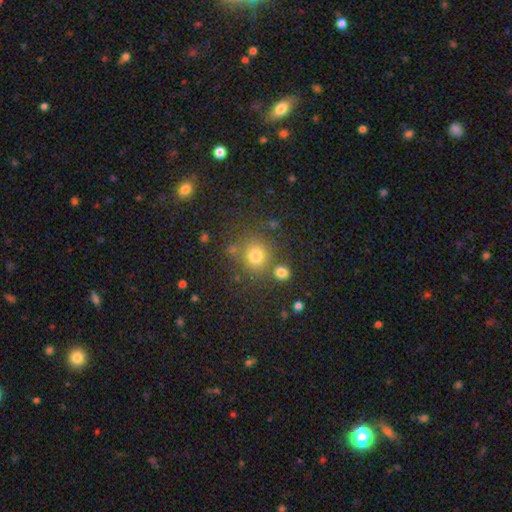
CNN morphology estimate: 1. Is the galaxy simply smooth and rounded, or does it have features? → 76% smooth, 17% star or artifact, 8% featured or disk.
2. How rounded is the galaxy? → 85% round, 14% in between, 1% cigar-shaped.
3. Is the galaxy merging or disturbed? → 71% none, 13% merger, 11% minor disturbance, 5% major disturbance.